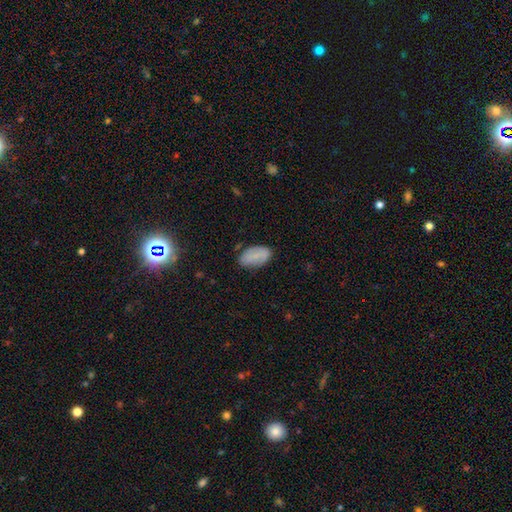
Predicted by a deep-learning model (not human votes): smooth-or-featured: smooth: 75% | featured or disk: 17% | star or artifact: 9%
  how-rounded: in between: 94% | round: 4% | cigar-shaped: 2%
  merging: none: 78% | minor disturbance: 17% | major disturbance: 4% | merger: 2%